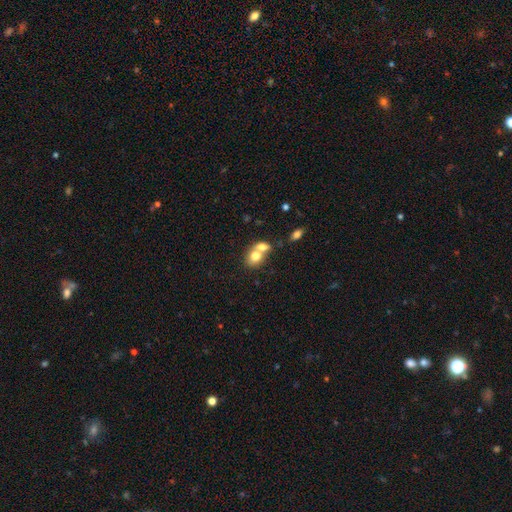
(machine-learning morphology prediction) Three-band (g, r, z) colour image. It shows a smooth galaxy with no disk features (73%) that is in between round and cigar-shaped (52%). Merging: merger (67%).